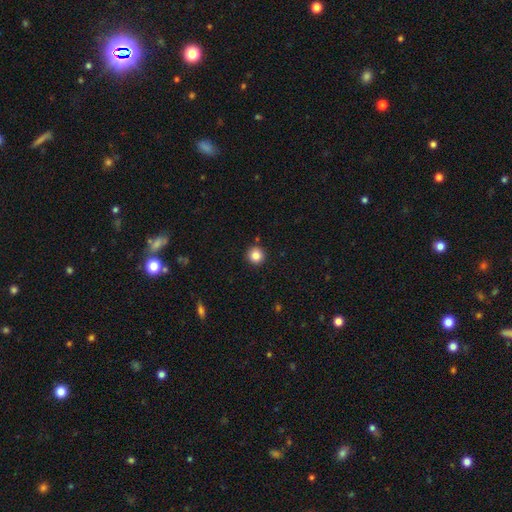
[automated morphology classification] Q: Smooth or featured?
A: smooth (84%); runner-up: star or artifact (11%)
Q: How rounded?
A: round (95%); runner-up: in between (4%)
Q: Merging?
A: none (91%); runner-up: minor disturbance (5%)